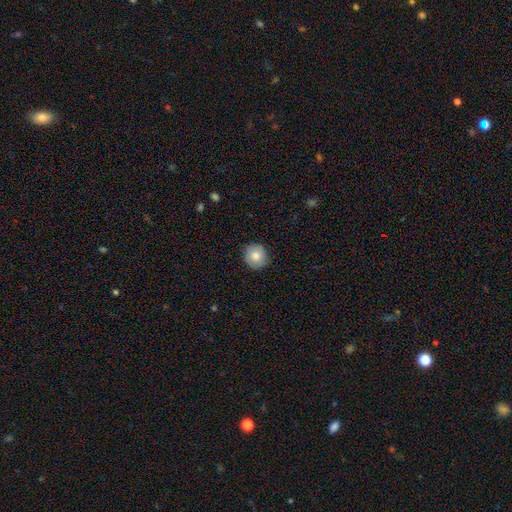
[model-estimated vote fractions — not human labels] A smooth galaxy with no disk features (81%) that is round (92%).

Vote fractions:
- Smooth or featured? smooth: 81% / featured or disk: 11% / star or artifact: 8%
- How rounded? round: 92% / in between: 8% / cigar-shaped: 1%
- Merging? none: 86% / minor disturbance: 11% / major disturbance: 2% / merger: 1%